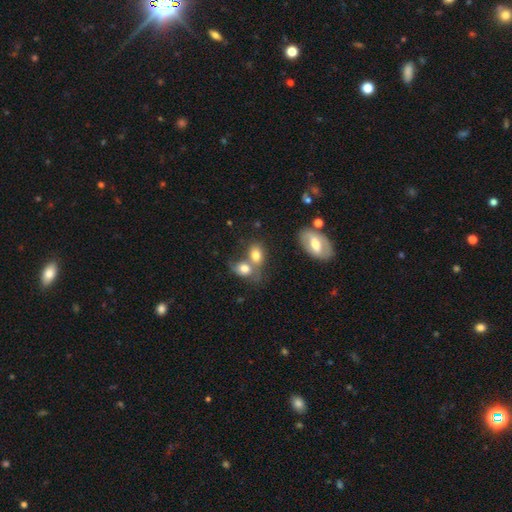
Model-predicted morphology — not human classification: type=smooth (75%); roundness=in between (67%); merging=merger (53%).